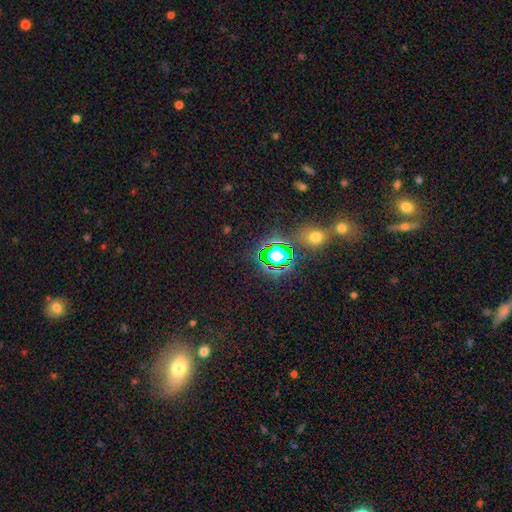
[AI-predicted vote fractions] Smooth or featured? star or artifact (76%)